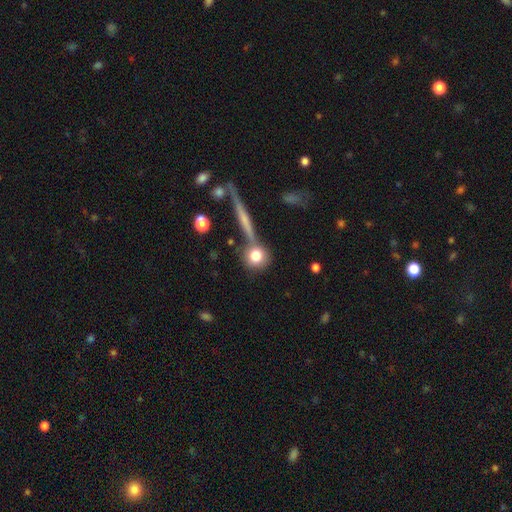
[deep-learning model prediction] Overall: smooth (77%). How rounded: round (86%). Merging: none (64%).